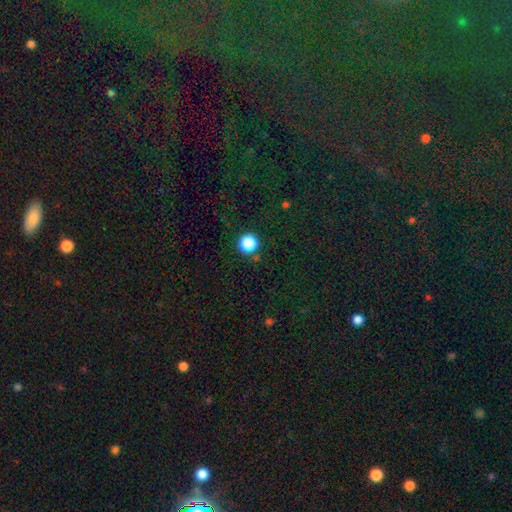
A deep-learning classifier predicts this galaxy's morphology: Q: Smooth or featured?
A: star or artifact (65%); runner-up: smooth (29%)